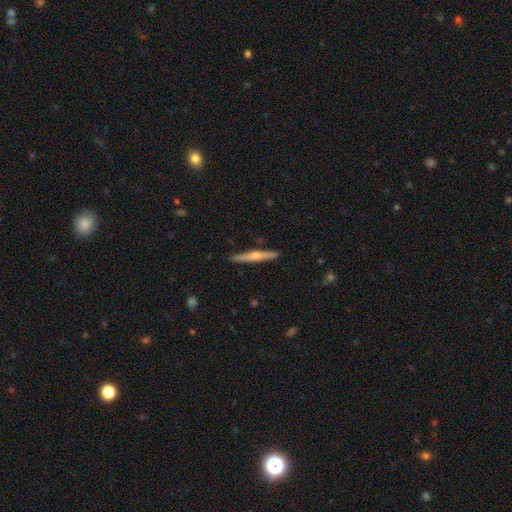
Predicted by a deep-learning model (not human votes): Morphology: type=featured or disk (58%); edge-on=yes (97%); edge-on bulge=rounded (80%); merging=none (91%).